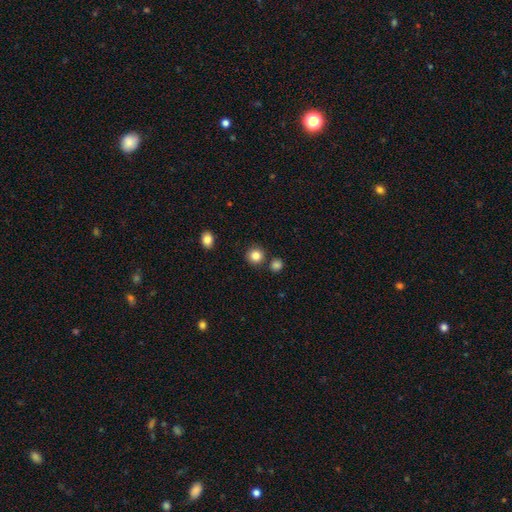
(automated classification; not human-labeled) smooth_or_featured: smooth (p=0.85) [alt: star or artifact p=0.11]
how_rounded: round (p=0.91) [alt: in between p=0.08]
merging: none (p=0.84) [alt: minor disturbance p=0.07]